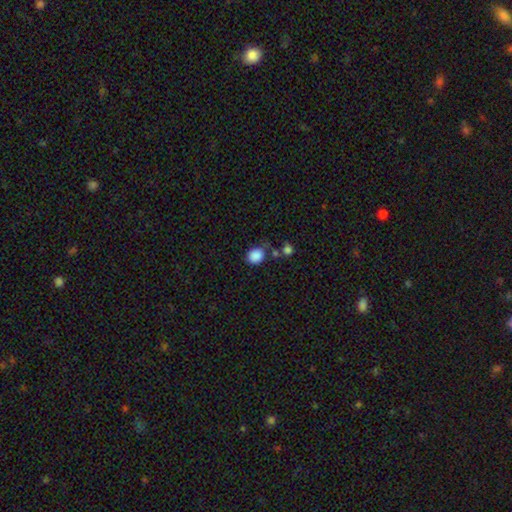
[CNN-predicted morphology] Overall: smooth (87%). How rounded: round (60%; in between 39%). Merging: none (69%).